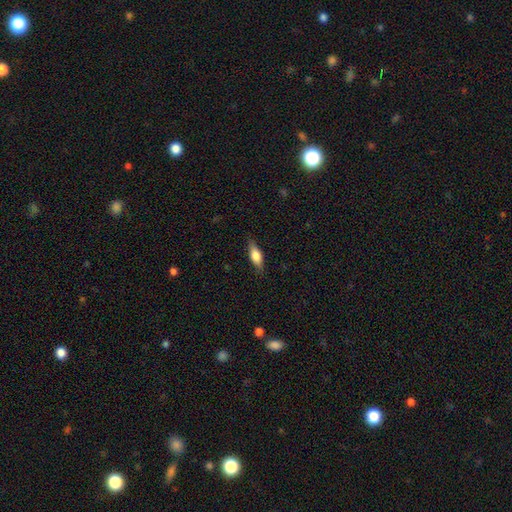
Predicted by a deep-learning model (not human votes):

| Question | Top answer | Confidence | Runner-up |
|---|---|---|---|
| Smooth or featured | smooth | 63% | featured or disk (30%) |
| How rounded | in between | 61% | cigar-shaped (36%) |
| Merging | none | 84% | minor disturbance (12%) |